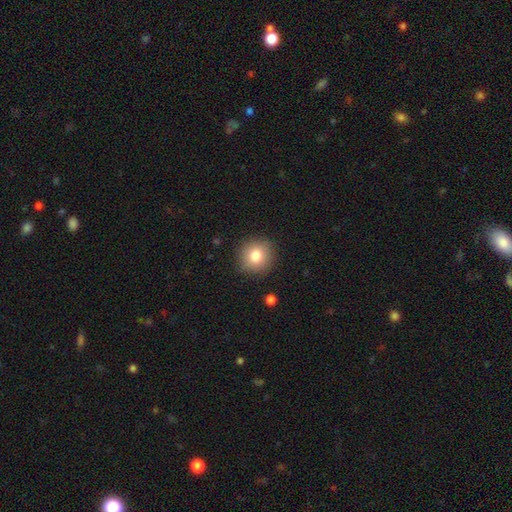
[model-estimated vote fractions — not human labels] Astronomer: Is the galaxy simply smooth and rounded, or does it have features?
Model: smooth — 80%.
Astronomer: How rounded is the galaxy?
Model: round — 91%.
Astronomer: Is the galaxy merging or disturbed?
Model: none — 89%.